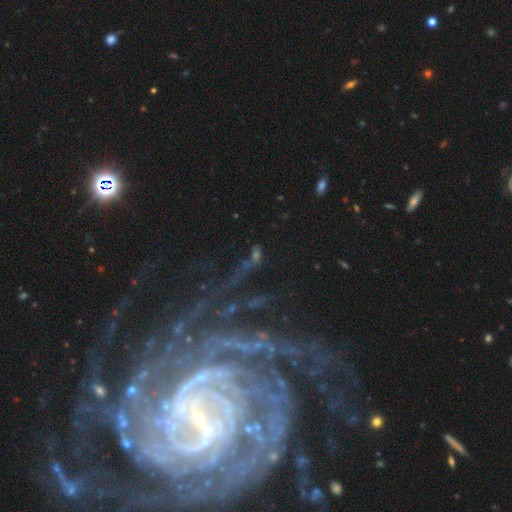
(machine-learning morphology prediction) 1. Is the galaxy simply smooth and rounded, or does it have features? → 44% featured or disk, 35% star or artifact, 20% smooth.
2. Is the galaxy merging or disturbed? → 58% none, 17% minor disturbance, 15% major disturbance, 10% merger.